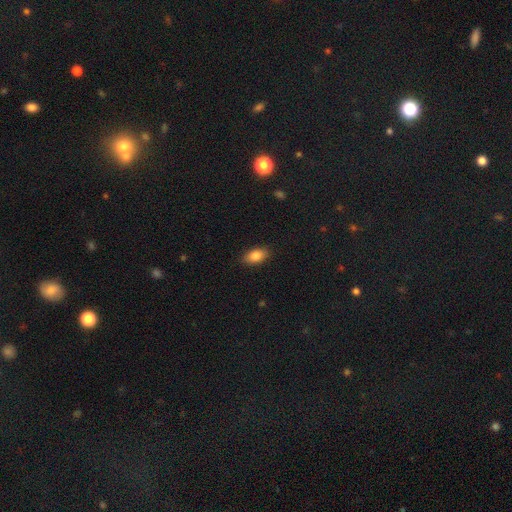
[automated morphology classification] A smooth galaxy with no disk features (86%) that is in between round and cigar-shaped (91%).

Vote fractions:
- Smooth or featured? smooth: 86% / star or artifact: 8% / featured or disk: 7%
- How rounded? in between: 91% / round: 6% / cigar-shaped: 3%
- Merging? none: 88% / minor disturbance: 9% / major disturbance: 2% / merger: 1%